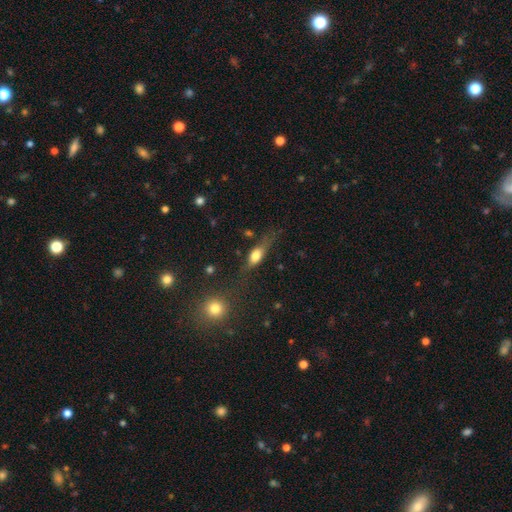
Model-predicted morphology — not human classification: Q: Smooth or featured?
A: smooth (63%); runner-up: featured or disk (27%)
Q: How rounded?
A: in between (64%); runner-up: cigar-shaped (29%)
Q: Merging?
A: none (53%); runner-up: minor disturbance (26%)